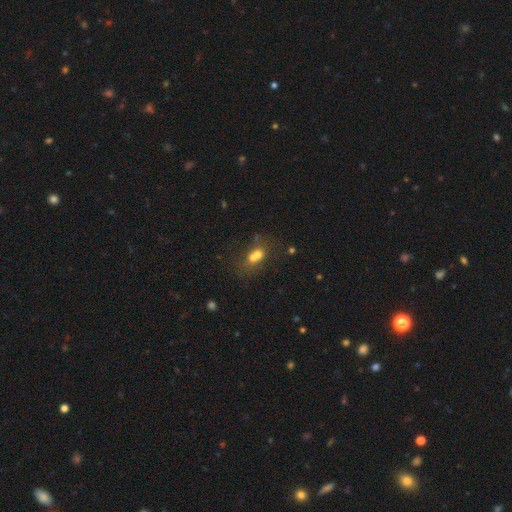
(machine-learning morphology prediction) This is likely a smooth galaxy (61%). How rounded: possibly in between (53%). Merging: possibly merger (59%).